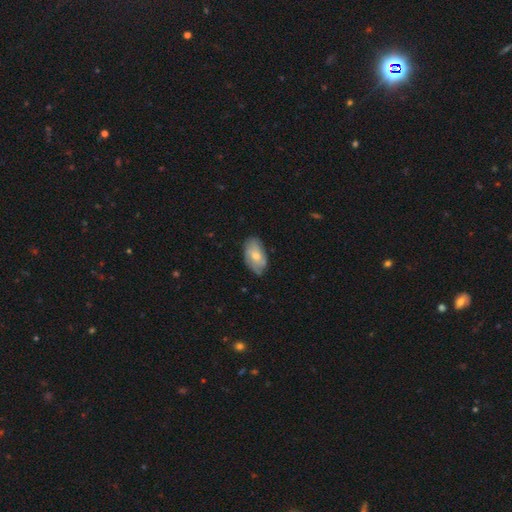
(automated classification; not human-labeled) Smooth or featured? smooth (64%)
How rounded? in between (94%)
Merging? none (73%)